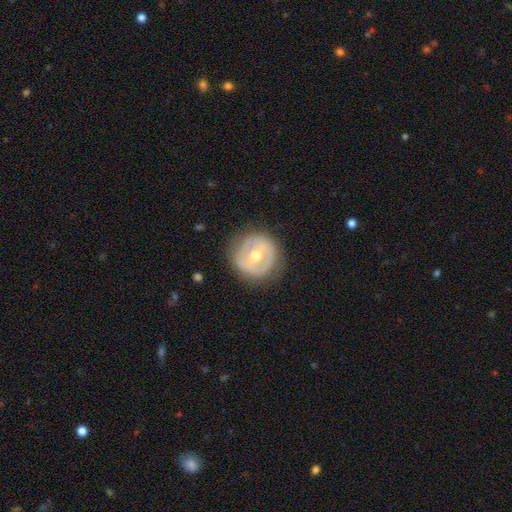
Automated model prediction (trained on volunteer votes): The model was most divided on "bar": weak: 41%, no: 37%, strong: 22%. More confident: edge-on disk — no (96%); merging — none (81%); bulge size — moderate (71%); spiral arms — no (69%); smooth or featured — featured or disk (60%).